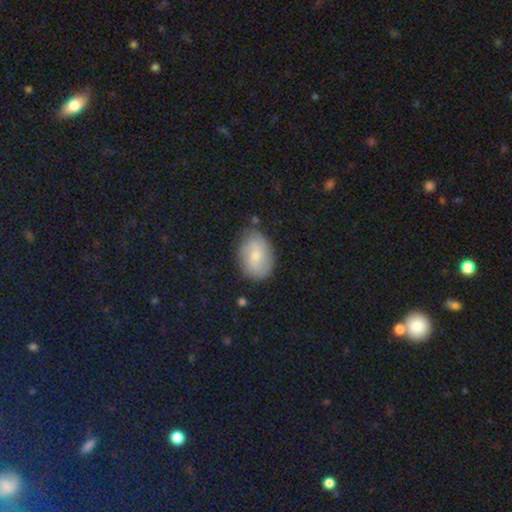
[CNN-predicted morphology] Smooth or featured: smooth — 54% (featured or disk — 38%)
How rounded: in between — 75% (round — 23%)
Merging: none — 73% (minor disturbance — 19%)